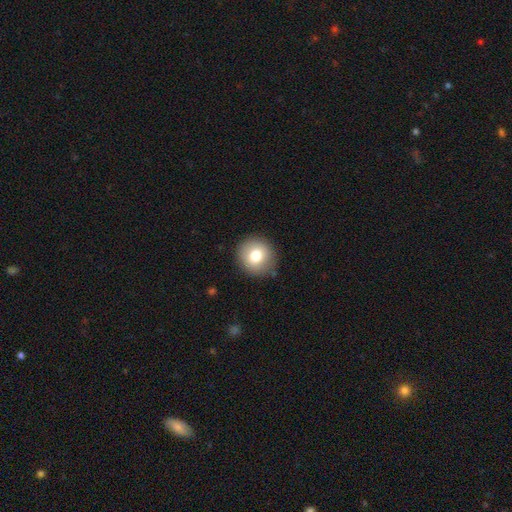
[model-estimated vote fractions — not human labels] This appears to be a smooth galaxy with no disk features (77%) that is round (91%). Merging: none (88%).